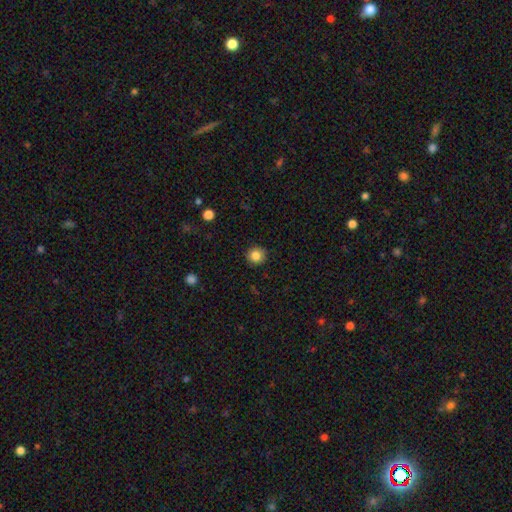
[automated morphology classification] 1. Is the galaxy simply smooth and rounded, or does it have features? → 84% smooth, 10% star or artifact, 6% featured or disk.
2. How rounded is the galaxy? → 92% round, 7% in between, 1% cigar-shaped.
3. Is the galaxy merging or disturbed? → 91% none, 6% minor disturbance, 2% major disturbance, 1% merger.